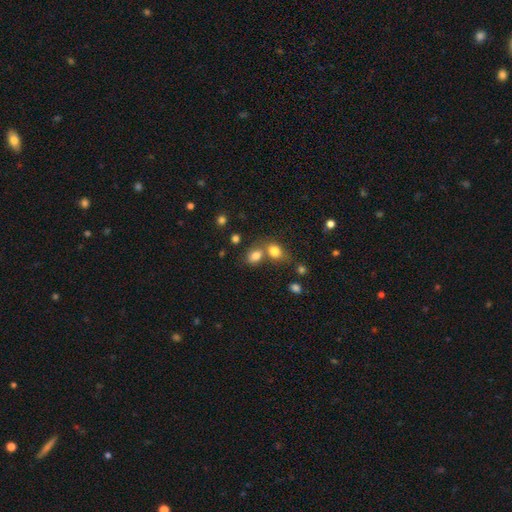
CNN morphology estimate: Q: Smooth or featured?
A: smooth (79%); runner-up: star or artifact (12%)
Q: How rounded?
A: in between (69%); runner-up: round (29%)
Q: Merging?
A: merger (45%); runner-up: none (41%)